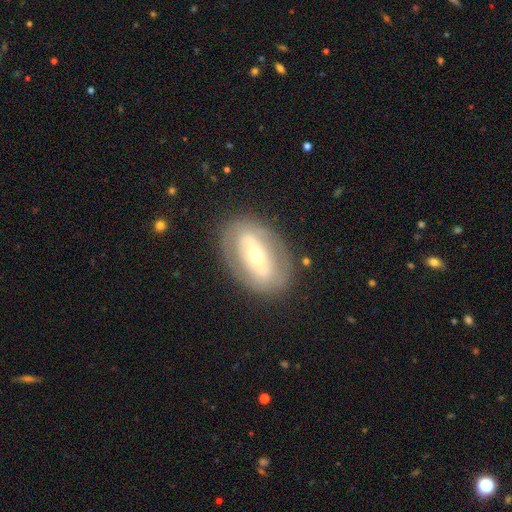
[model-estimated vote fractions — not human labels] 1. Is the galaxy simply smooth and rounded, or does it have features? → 66% featured or disk, 28% smooth, 6% star or artifact.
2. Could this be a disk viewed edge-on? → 89% no, 11% yes.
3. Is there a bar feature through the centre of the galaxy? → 47% strong, 28% no, 25% weak.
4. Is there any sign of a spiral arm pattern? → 71% no, 29% yes.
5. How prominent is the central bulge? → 50% moderate, 43% small, 5% large, 1% dominant, 1% none.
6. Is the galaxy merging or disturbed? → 81% none, 12% minor disturbance, 6% major disturbance, 1% merger.